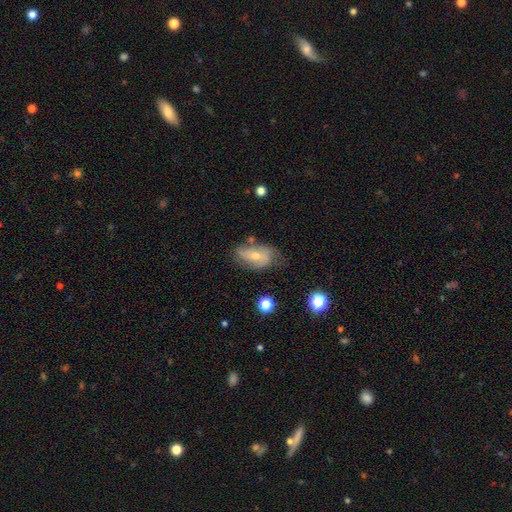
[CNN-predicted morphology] featured or disk 62%, smooth 29%, star or artifact 10%. Down the decision tree: edge-on disk — no (91%); bar — no (53%); spiral arms — yes (79%); bulge size — small (57%); merging — none (56%).